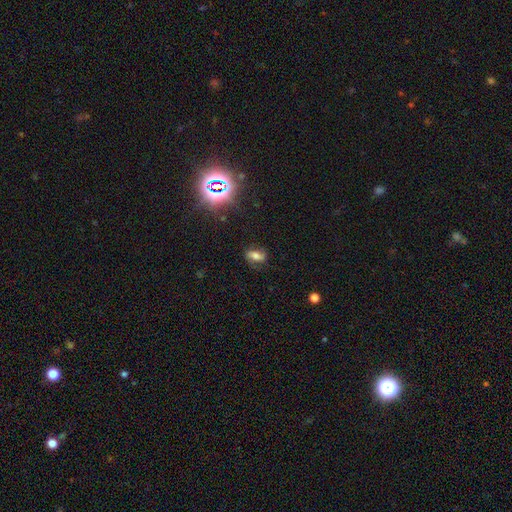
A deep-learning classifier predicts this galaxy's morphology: This appears to be a smooth galaxy with no disk features (45%). Merging: none (76%).